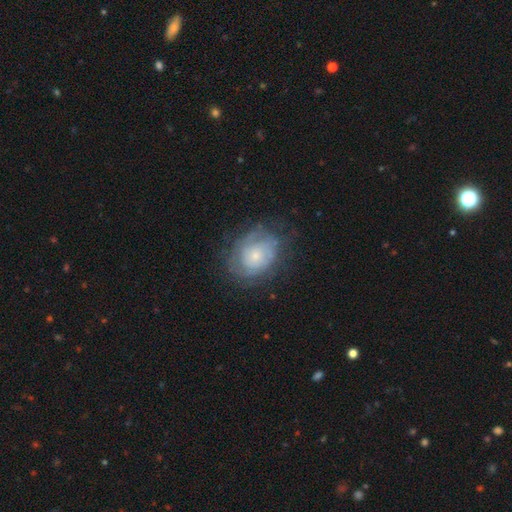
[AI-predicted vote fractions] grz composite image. It shows a featured or disk galaxy (62%) with no bar (79%), spiral arms (80%) and a small central bulge (61%). Merging: none (67%).